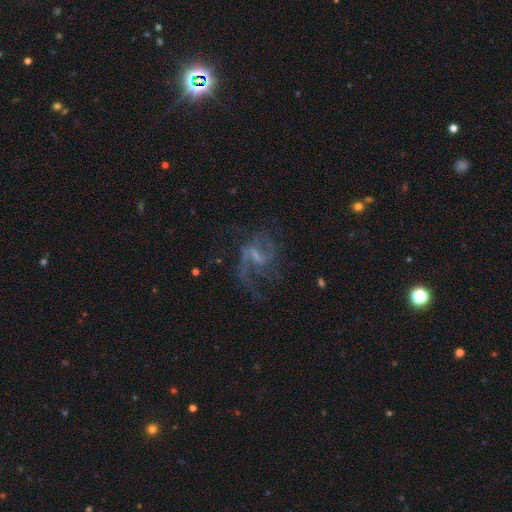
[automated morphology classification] featured or disk 81%, star or artifact 10%, smooth 9%. Down the decision tree: edge-on disk — no (97%); bar — weak (55%); spiral arms — yes (90%); spiral arm count — 2 (45%); spiral winding — loose (54%); bulge size — small (44%); merging — none (46%).